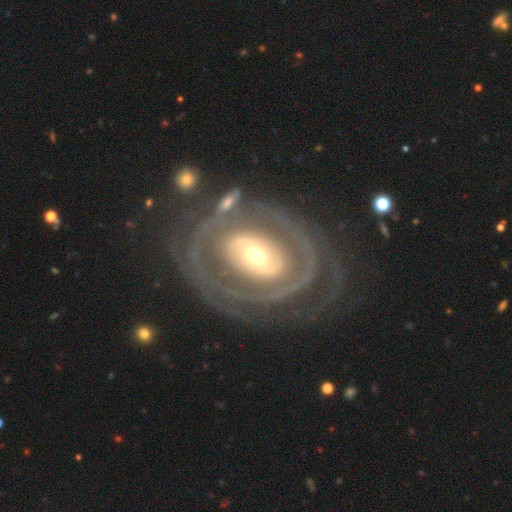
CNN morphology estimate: Smooth or featured: featured or disk — 84% (smooth — 11%)
Edge-on disk: no — 95% (yes — 5%)
Bar: no — 54% (weak — 25%)
Spiral arms: yes — 74% (no — 26%)
Spiral winding: tight — 71% (medium — 20%)
Spiral arm count: can't tell — 35% (tied with 2 — 35%)
Bulge size: small — 44% (tied with moderate — 44%)
Merging: none — 68% (minor disturbance — 15%)